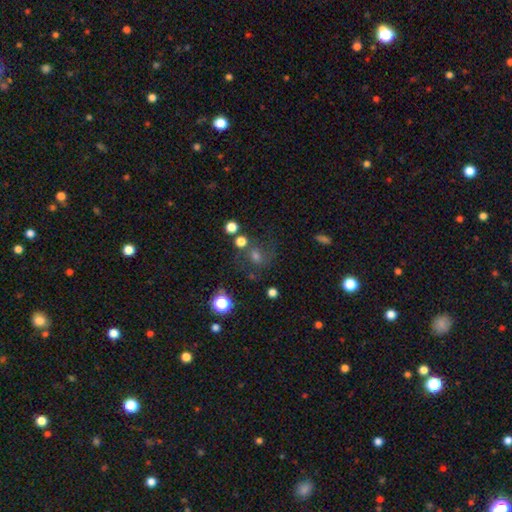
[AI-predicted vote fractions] Morphology: type=star or artifact (34%, tied with featured or disk).